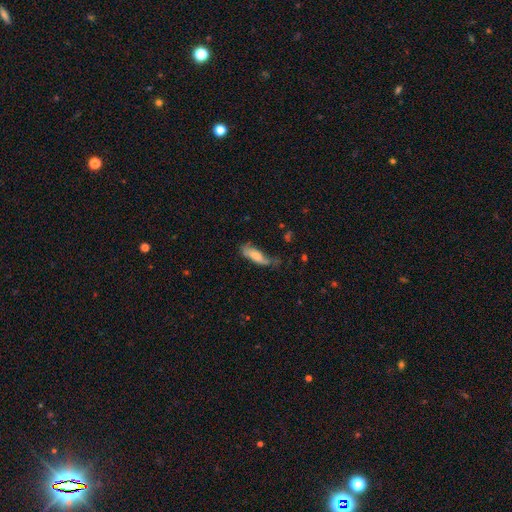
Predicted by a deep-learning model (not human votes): Overall: smooth (73%). How rounded: in between (53%; cigar-shaped 45%). Merging: none (42%; minor disturbance 36%).